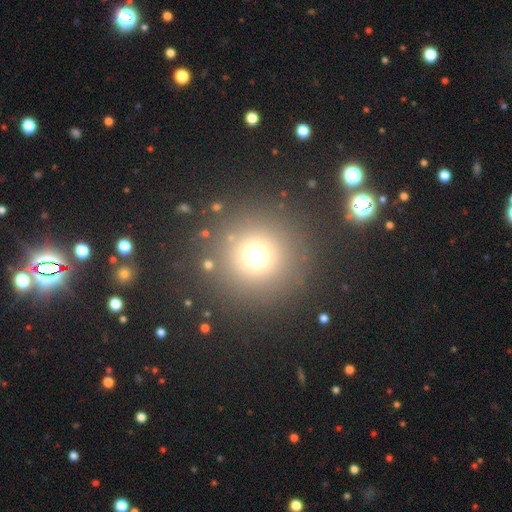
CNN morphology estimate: Smooth or featured?
  - smooth: 67% *
  - star or artifact: 24%
  - featured or disk: 9%
How rounded?
  - round: 95% *
  - in between: 4%
  - cigar-shaped: 1%
Merging?
  - none: 84% *
  - minor disturbance: 7%
  - major disturbance: 5%
  - merger: 5%